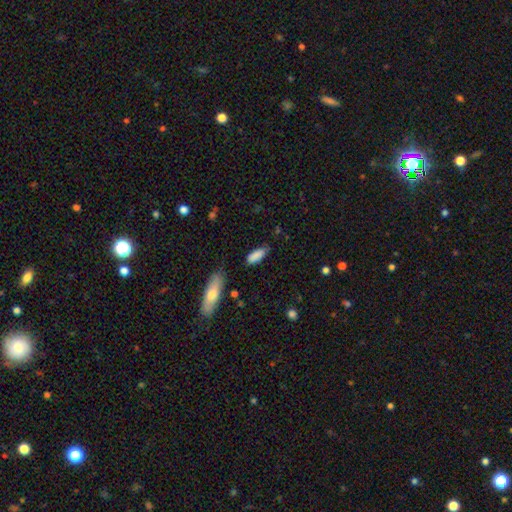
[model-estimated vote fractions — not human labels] A smooth galaxy with no disk features (86%) that is in between round and cigar-shaped (68%).

Vote fractions:
- Smooth or featured? smooth: 86% / featured or disk: 7% / star or artifact: 7%
- How rounded? in between: 68% / cigar-shaped: 30% / round: 2%
- Merging? none: 75% / minor disturbance: 18% / major disturbance: 4% / merger: 3%